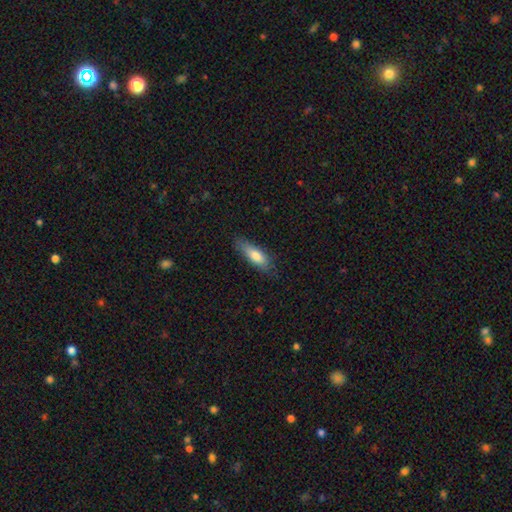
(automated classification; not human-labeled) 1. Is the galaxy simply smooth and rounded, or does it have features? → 76% smooth, 18% featured or disk, 6% star or artifact.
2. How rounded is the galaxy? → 56% in between, 42% cigar-shaped, 2% round.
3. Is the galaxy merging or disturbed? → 75% none, 19% minor disturbance, 4% major disturbance, 1% merger.